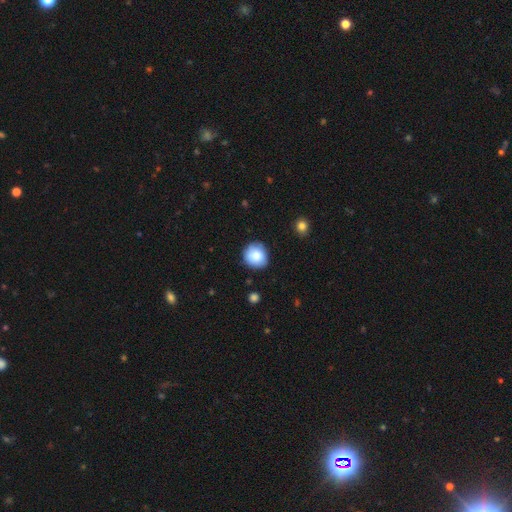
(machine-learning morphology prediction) type=smooth (84%); roundness=round (88%); merging=none (83%).